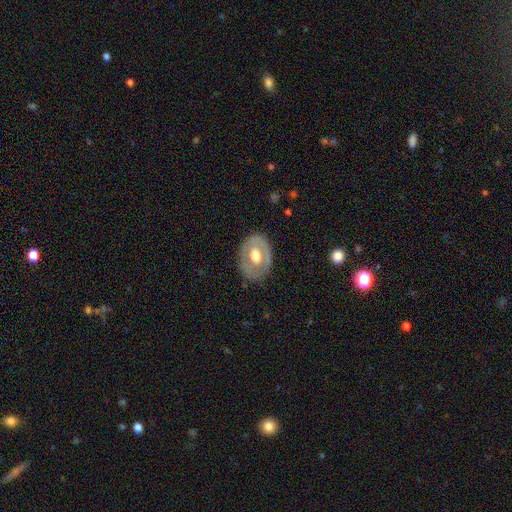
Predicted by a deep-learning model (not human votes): This appears to be a featured or disk galaxy (54%). Merging: none (79%).